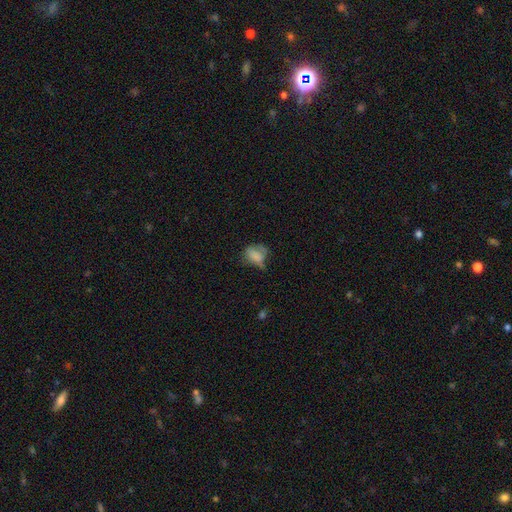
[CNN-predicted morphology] This appears to be a smooth galaxy with no disk features (70%) that is in between round and cigar-shaped (73%). Merging: minor disturbance (33%, tied with none).